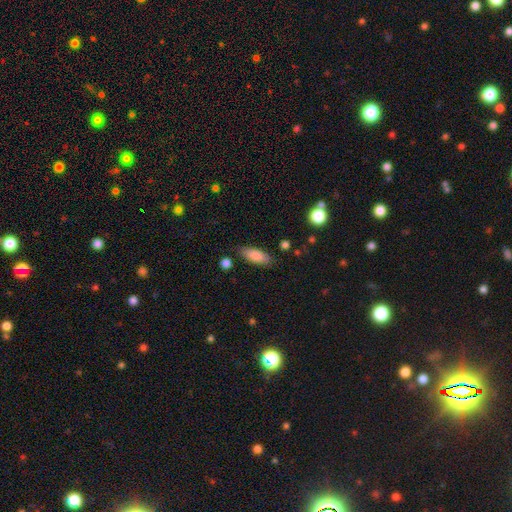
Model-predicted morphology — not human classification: smooth-or-featured: smooth: 85% | featured or disk: 8% | star or artifact: 6%
  how-rounded: in between: 75% | cigar-shaped: 23% | round: 2%
  merging: none: 81% | minor disturbance: 13% | major disturbance: 3% | merger: 2%